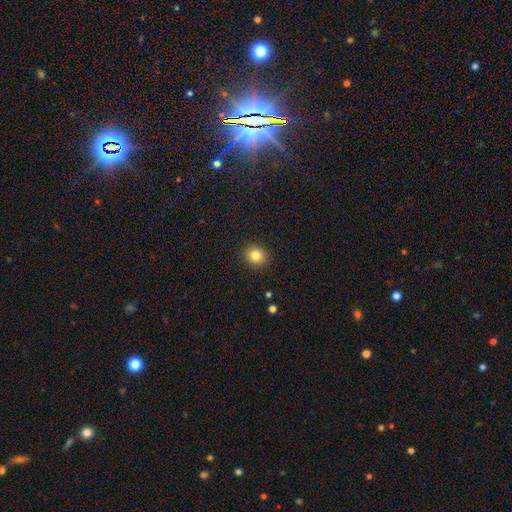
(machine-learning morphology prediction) Smooth or featured?
  - smooth: 82% *
  - star or artifact: 11%
  - featured or disk: 7%
How rounded?
  - round: 81% *
  - in between: 18%
  - cigar-shaped: 1%
Merging?
  - none: 91% *
  - minor disturbance: 6%
  - major disturbance: 2%
  - merger: 1%